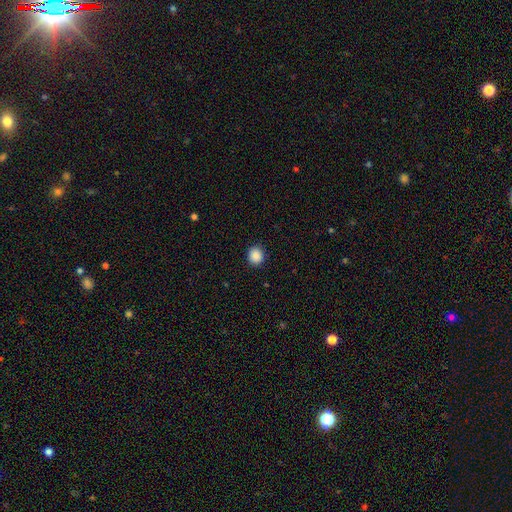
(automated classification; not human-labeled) Smooth or featured? smooth (89%)
How rounded? round (81%)
Merging? none (91%)